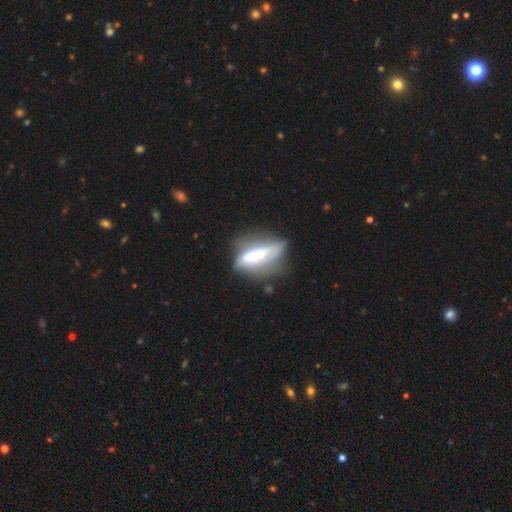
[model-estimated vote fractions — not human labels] Morphology: type=featured or disk (47%); merging=none (42%).